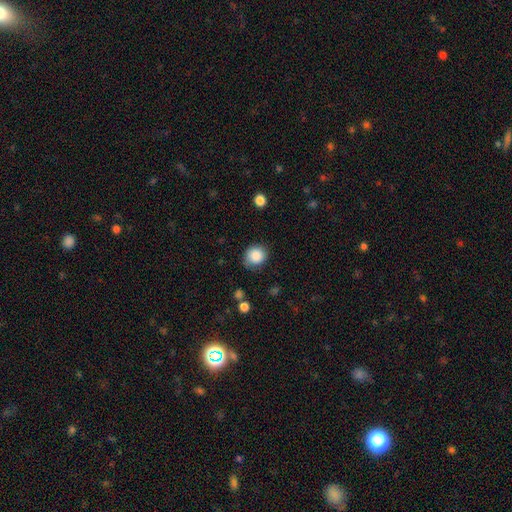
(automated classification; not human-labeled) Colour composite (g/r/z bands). It shows a smooth galaxy with no disk features (87%) that is round (83%). Merging: none (75%).